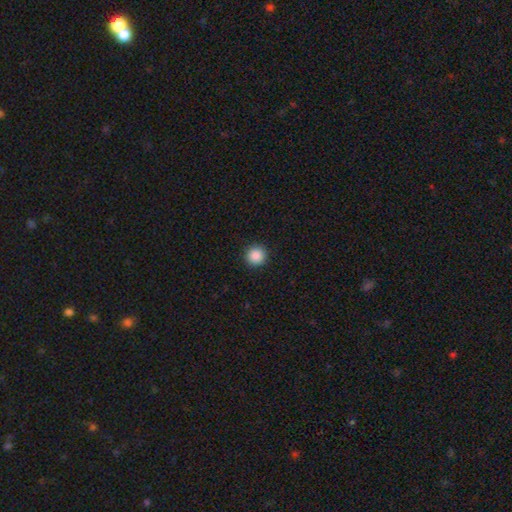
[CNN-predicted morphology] Overall: smooth (88%). How rounded: round (95%). Merging: none (92%).